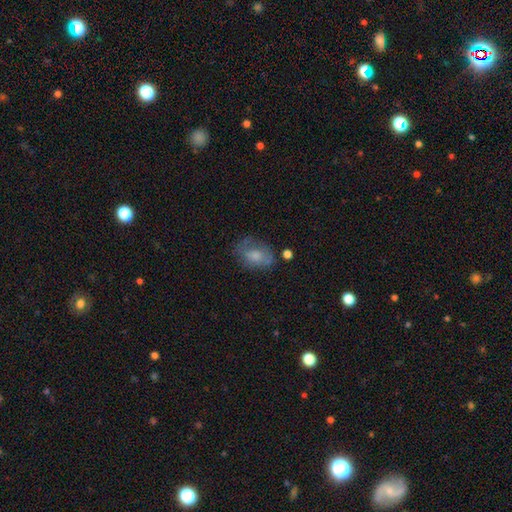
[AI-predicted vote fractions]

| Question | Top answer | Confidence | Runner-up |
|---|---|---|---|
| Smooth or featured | smooth | 60% | featured or disk (30%) |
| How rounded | in between | 76% | round (23%) |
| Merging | none | 53% | minor disturbance (27%) |